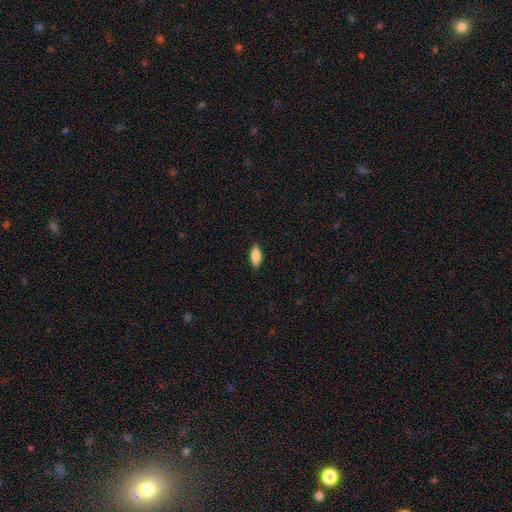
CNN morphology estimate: Overall: smooth (82%). How rounded: in between (72%). Merging: none (88%).